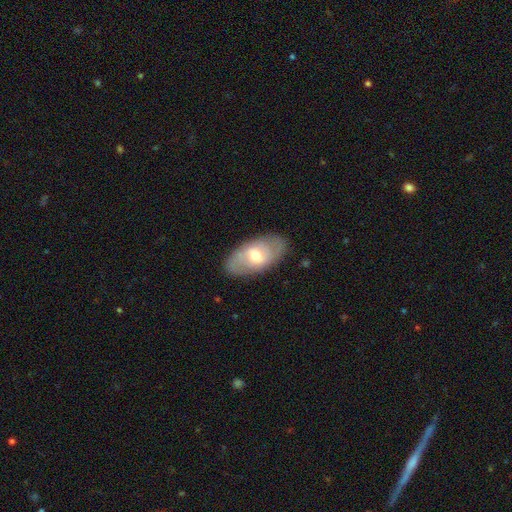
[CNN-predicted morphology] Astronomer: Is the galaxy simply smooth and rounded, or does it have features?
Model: featured or disk — 50% (runner-up: smooth, 44%).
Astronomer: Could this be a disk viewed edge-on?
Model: no — 89%.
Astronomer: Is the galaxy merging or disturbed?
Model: none — 84%.